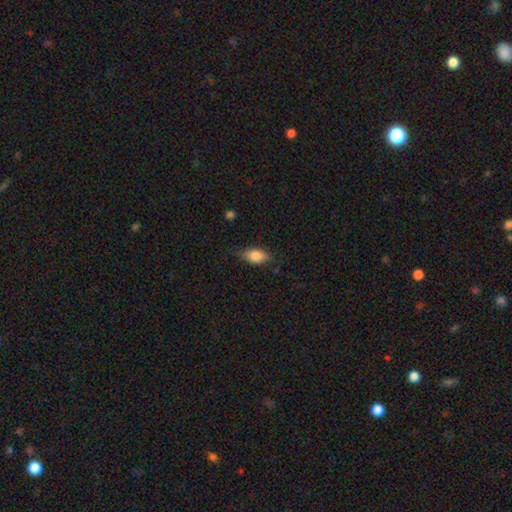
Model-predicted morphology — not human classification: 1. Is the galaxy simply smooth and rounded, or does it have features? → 82% smooth, 11% featured or disk, 7% star or artifact.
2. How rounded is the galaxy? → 87% in between, 9% cigar-shaped, 5% round.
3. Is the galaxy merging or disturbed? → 74% none, 20% minor disturbance, 4% major disturbance, 1% merger.